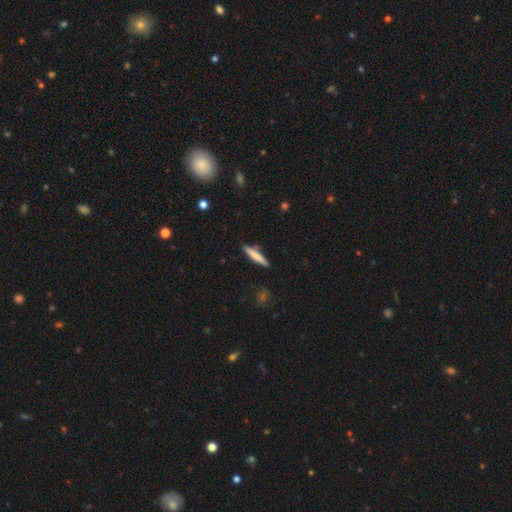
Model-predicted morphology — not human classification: Smooth or featured: smooth — 67% (featured or disk — 27%)
How rounded: cigar-shaped — 92% (in between — 6%)
Merging: none — 86% (minor disturbance — 10%)